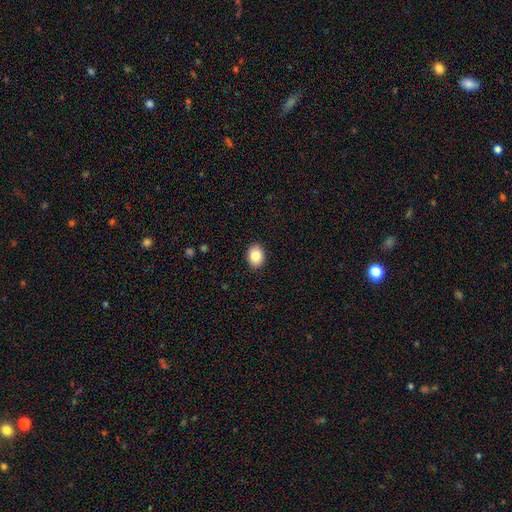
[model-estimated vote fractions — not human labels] Q: Smooth or featured?
A: smooth (85%); runner-up: star or artifact (8%)
Q: How rounded?
A: in between (69%); runner-up: round (31%)
Q: Merging?
A: none (90%); runner-up: minor disturbance (7%)